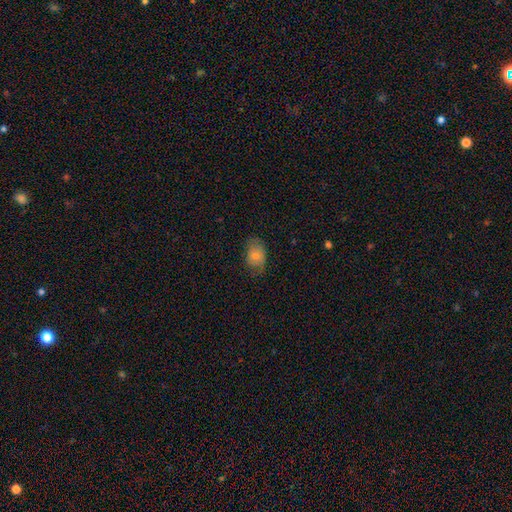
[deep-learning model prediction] The model was most divided on "merging": none: 64%, minor disturbance: 26%, major disturbance: 8%, merger: 1%. More confident: how rounded — in between (81%); smooth or featured — smooth (77%).